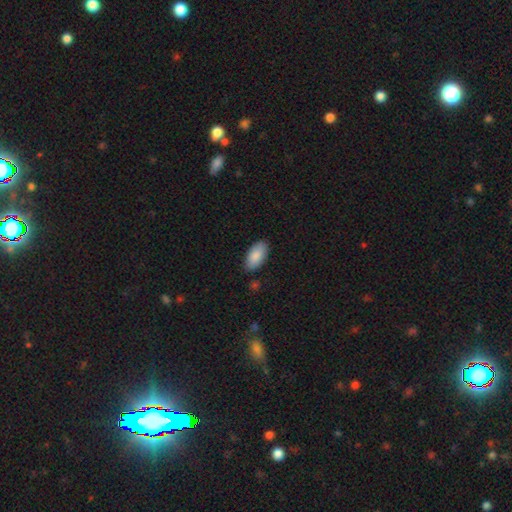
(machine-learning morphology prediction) smooth-or-featured: smooth: 87% | featured or disk: 7% | star or artifact: 6%
  how-rounded: in between: 94% | cigar-shaped: 4% | round: 2%
  merging: none: 84% | minor disturbance: 12% | major disturbance: 2% | merger: 2%